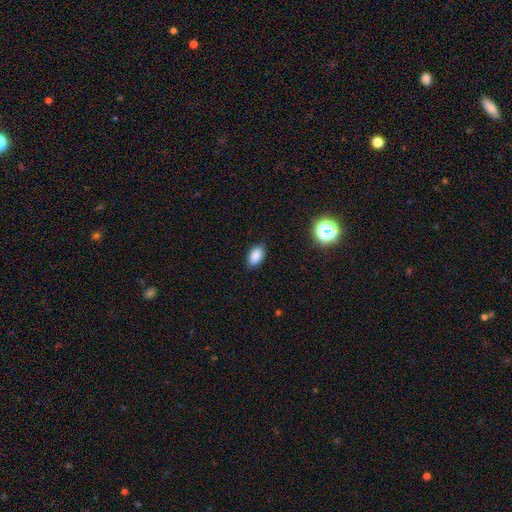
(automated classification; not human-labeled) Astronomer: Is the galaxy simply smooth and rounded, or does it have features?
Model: smooth — 86%.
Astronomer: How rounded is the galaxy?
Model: in between — 90%.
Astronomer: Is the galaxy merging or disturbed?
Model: none — 85%.